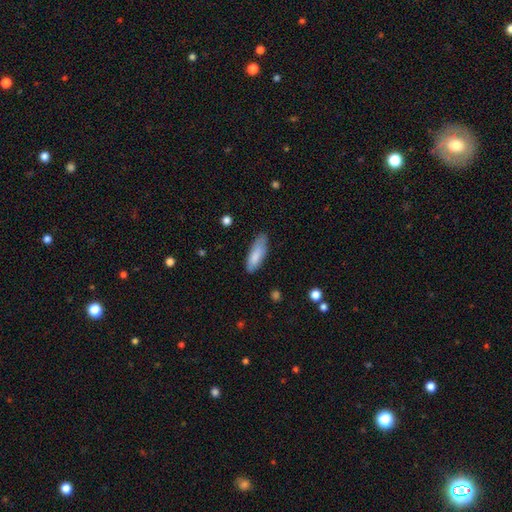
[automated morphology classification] type=smooth (83%); roundness=in between (58%); merging=none (73%).